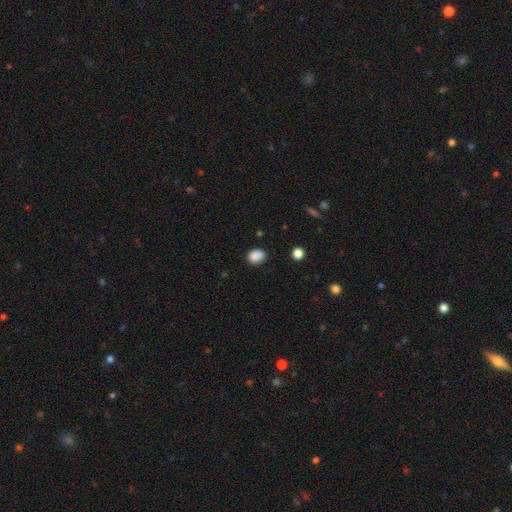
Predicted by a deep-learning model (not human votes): The model was most divided on "how rounded": in between: 53%, round: 46%, cigar-shaped: 1%. More confident: smooth or featured — smooth (87%); merging — none (80%).